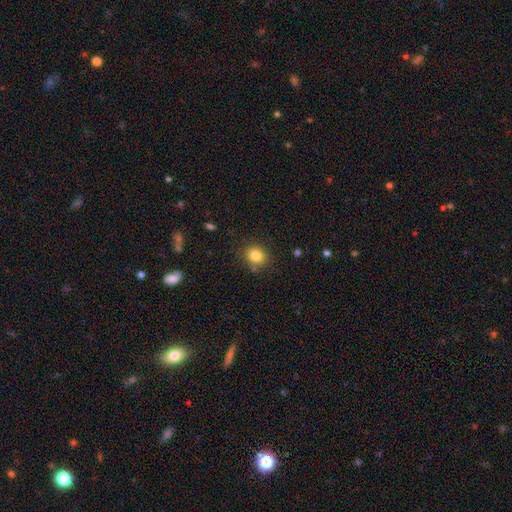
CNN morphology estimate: The model was most divided on "how rounded": round: 80%, in between: 19%, cigar-shaped: 1%. More confident: merging — none (83%); smooth or featured — smooth (82%).